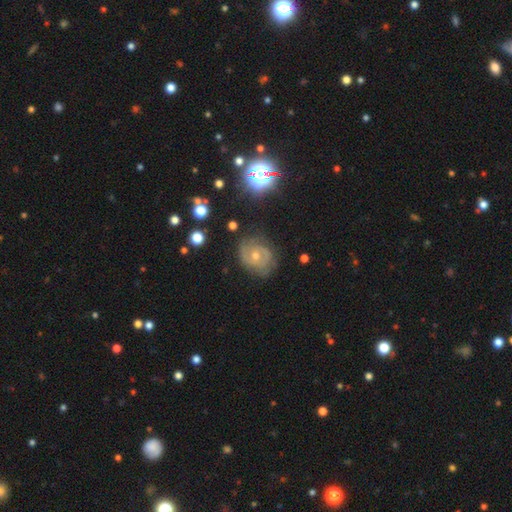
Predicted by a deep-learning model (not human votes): A featured or disk galaxy (72%) with no bar (69%), 2 (49%) tight (60%) spiral arms (89%) and a small central bulge (50%). Merging: none (74%).